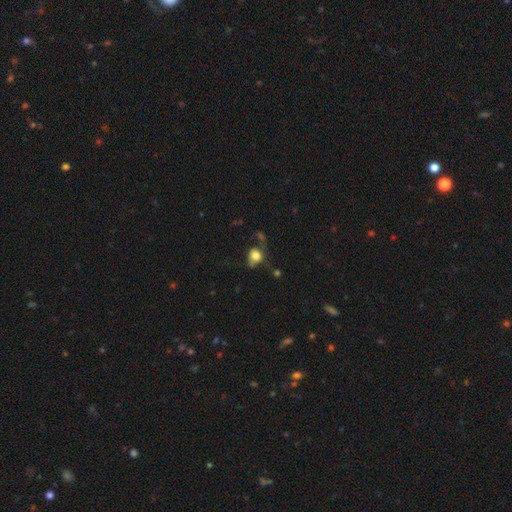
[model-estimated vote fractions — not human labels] Morphology: type=smooth (73%); roundness=round (67%); merging=none (44%).